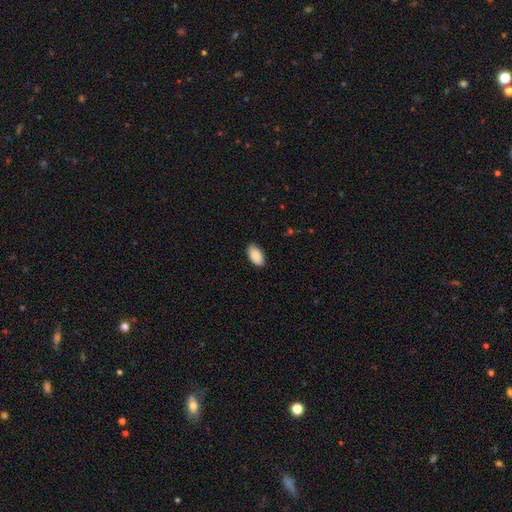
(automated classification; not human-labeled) Smooth or featured? Predicted: smooth (p=0.90). How rounded? Predicted: in between (p=0.95). Merging? Predicted: none (p=0.88).